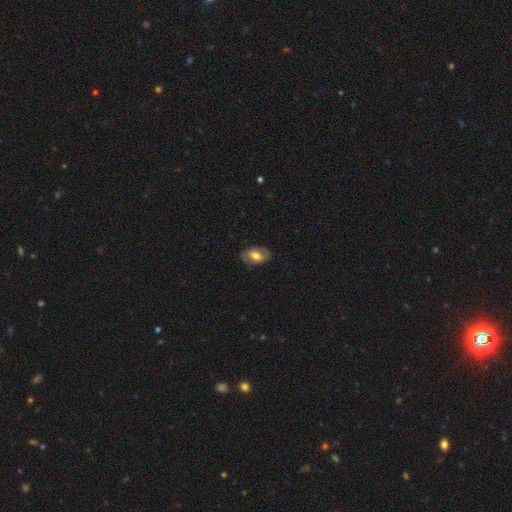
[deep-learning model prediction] The model was most divided on "smooth or featured": smooth: 52%, featured or disk: 41%, star or artifact: 7%. More confident: how rounded — in between (89%); merging — none (79%).